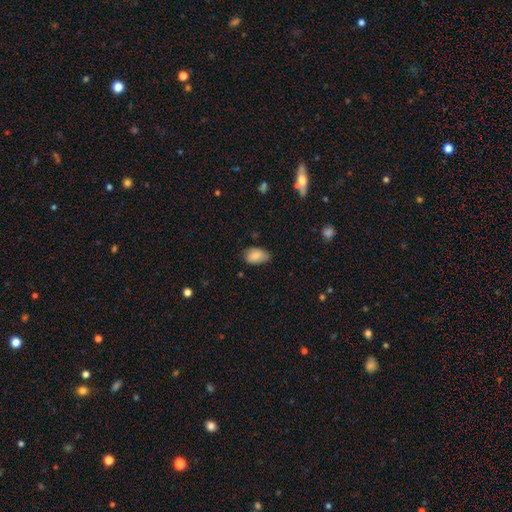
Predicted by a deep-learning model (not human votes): Q: Smooth or featured?
A: smooth (83%); runner-up: featured or disk (9%)
Q: How rounded?
A: in between (89%); runner-up: round (10%)
Q: Merging?
A: none (64%); runner-up: minor disturbance (30%)